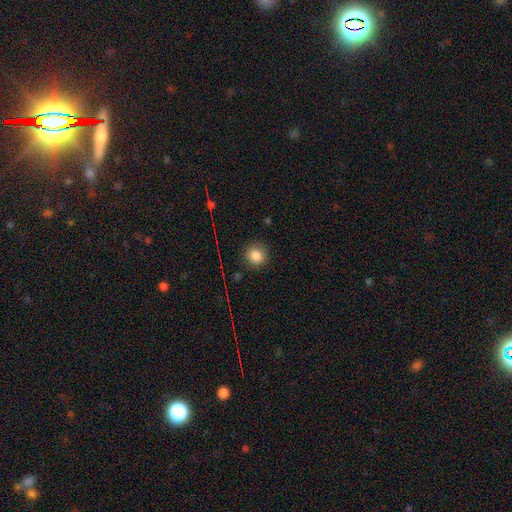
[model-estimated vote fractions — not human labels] Q: Smooth or featured?
A: smooth (83%); runner-up: star or artifact (12%)
Q: How rounded?
A: round (90%); runner-up: in between (9%)
Q: Merging?
A: none (87%); runner-up: minor disturbance (9%)